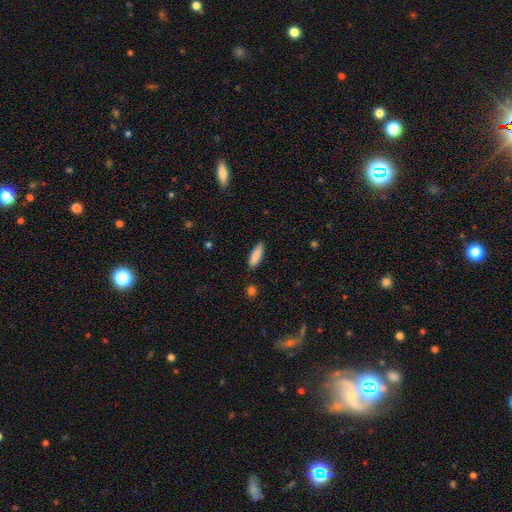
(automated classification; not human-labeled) A smooth galaxy with no disk features (88%) that is in between round and cigar-shaped (49%, tied with cigar-shaped). Merging: none (87%).